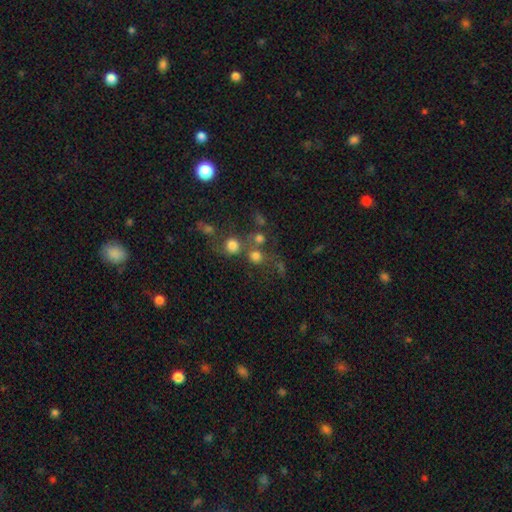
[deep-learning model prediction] A smooth galaxy with no disk features (72%) that is round (87%). Merging: none (53%).